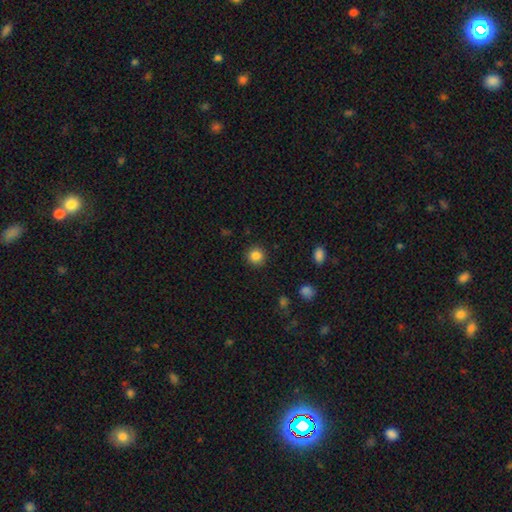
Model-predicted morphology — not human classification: Smooth or featured? Predicted: smooth (p=0.84). How rounded? Predicted: round (p=0.93). Merging? Predicted: none (p=0.91).